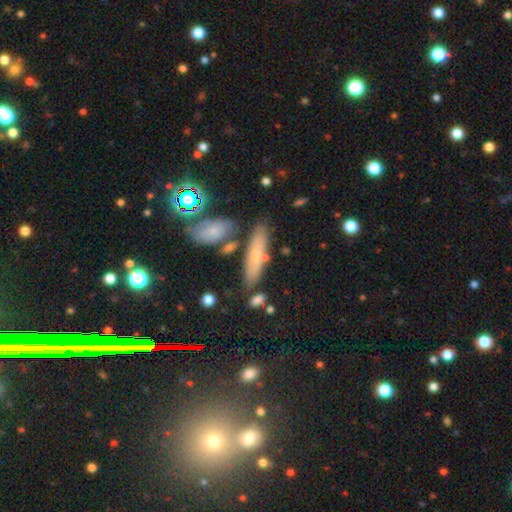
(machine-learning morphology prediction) This appears to be a smooth galaxy with no disk features (62%) that is cigar-shaped (64%). Merging: none (72%).